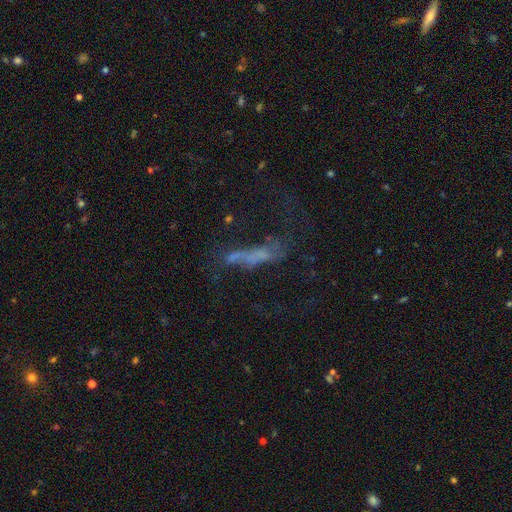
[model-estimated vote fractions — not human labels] Smooth or featured? featured or disk (45%)
Merging? major disturbance (36%)